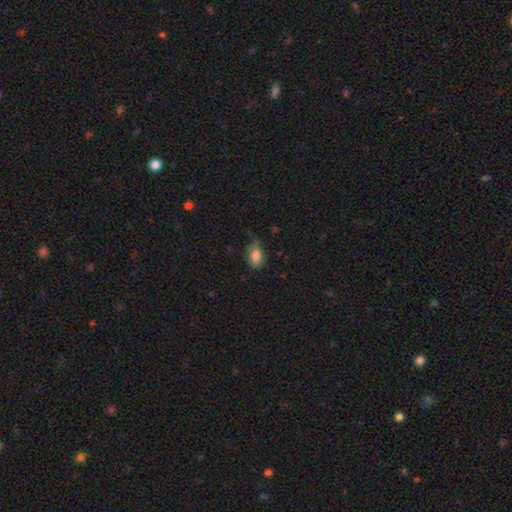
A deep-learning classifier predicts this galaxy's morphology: This appears to be a smooth galaxy with no disk features (84%) that is in between round and cigar-shaped (88%). Merging: none (58%).